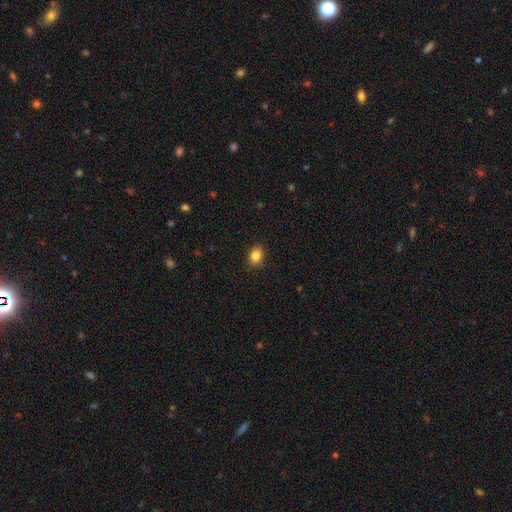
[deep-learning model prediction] The model was most divided on "how rounded": in between: 66%, round: 33%, cigar-shaped: 1%. More confident: merging — none (88%); smooth or featured — smooth (85%).